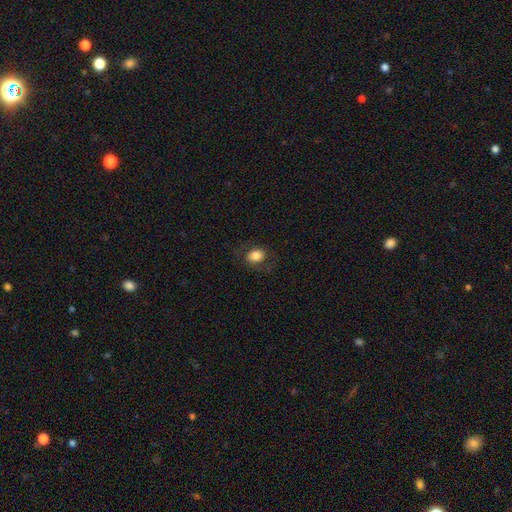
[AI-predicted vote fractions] Smooth or featured: smooth — 79% (featured or disk — 12%)
How rounded: in between — 56% (round — 43%)
Merging: none — 76% (minor disturbance — 15%)